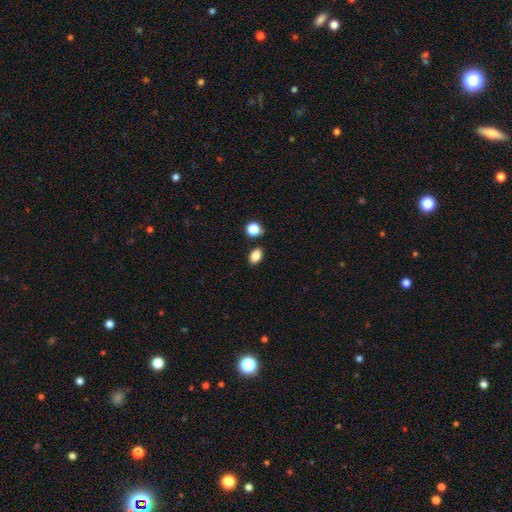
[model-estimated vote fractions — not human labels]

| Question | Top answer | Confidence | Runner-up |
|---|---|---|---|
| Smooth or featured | smooth | 85% | star or artifact (10%) |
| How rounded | in between | 82% | round (17%) |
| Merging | none | 83% | minor disturbance (9%) |